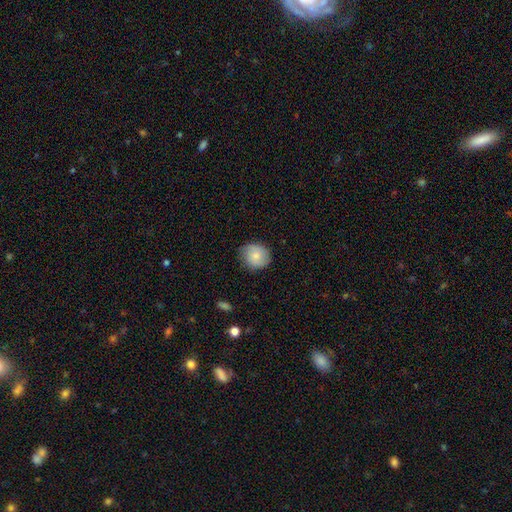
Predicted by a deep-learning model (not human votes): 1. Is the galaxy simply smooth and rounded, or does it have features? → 77% smooth, 16% featured or disk, 7% star or artifact.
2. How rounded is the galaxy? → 80% round, 19% in between, 1% cigar-shaped.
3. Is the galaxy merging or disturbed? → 77% none, 19% minor disturbance, 3% major disturbance, 1% merger.